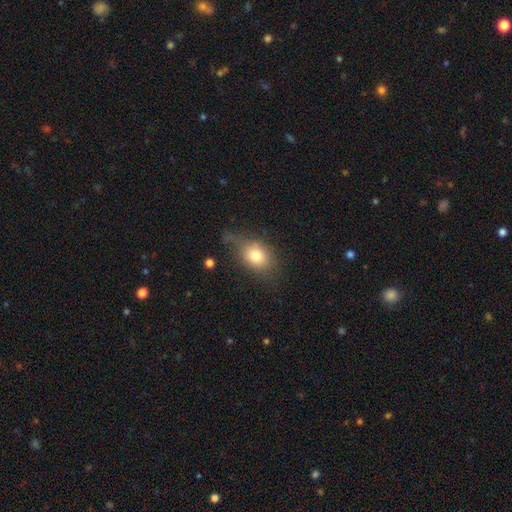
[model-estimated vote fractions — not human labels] This appears to be a smooth galaxy with no disk features (77%) that is in between round and cigar-shaped (63%). Merging: none (53%).